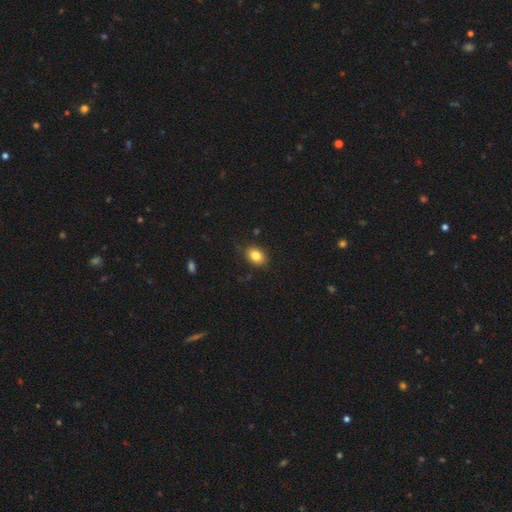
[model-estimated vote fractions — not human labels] smooth-or-featured: smooth: 84% | star or artifact: 9% | featured or disk: 7%
  how-rounded: in between: 74% | round: 25% | cigar-shaped: 1%
  merging: none: 84% | minor disturbance: 12% | major disturbance: 3% | merger: 1%